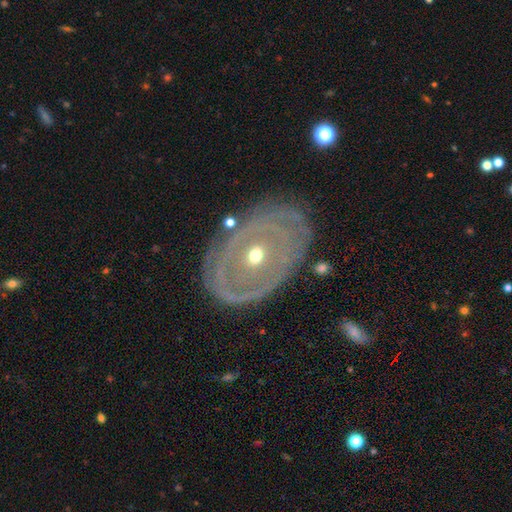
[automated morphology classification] featured or disk 76%, smooth 18%, star or artifact 6%. Down the decision tree: edge-on disk — no (94%); bar — no (70%); spiral arms — no (52%); bulge size — moderate (55%); merging — none (71%).